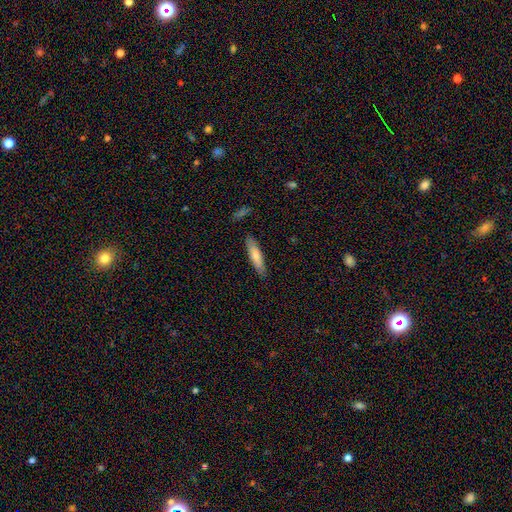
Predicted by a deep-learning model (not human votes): smooth-or-featured: smooth: 74% | featured or disk: 20% | star or artifact: 6%
  how-rounded: cigar-shaped: 72% | in between: 27% | round: 1%
  merging: none: 85% | minor disturbance: 11% | major disturbance: 2% | merger: 2%